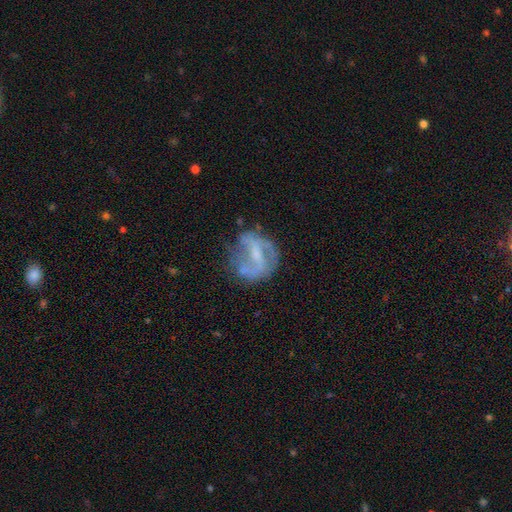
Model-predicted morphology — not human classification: Q: Smooth or featured?
A: featured or disk (65%); runner-up: smooth (25%)
Q: Edge-on disk?
A: no (97%); runner-up: yes (3%)
Q: Bar?
A: weak (43%); runner-up: no (33%)
Q: Spiral arms?
A: yes (53%); runner-up: no (47%)
Q: Bulge size?
A: small (36%); runner-up: moderate (30%)
Q: Merging?
A: none (47%); runner-up: minor disturbance (24%)